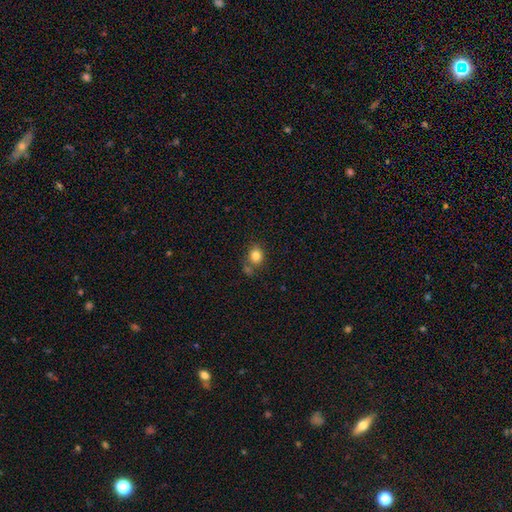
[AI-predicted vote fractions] Q: Smooth or featured?
A: smooth (82%); runner-up: star or artifact (11%)
Q: How rounded?
A: round (68%); runner-up: in between (31%)
Q: Merging?
A: none (62%); runner-up: merger (18%)